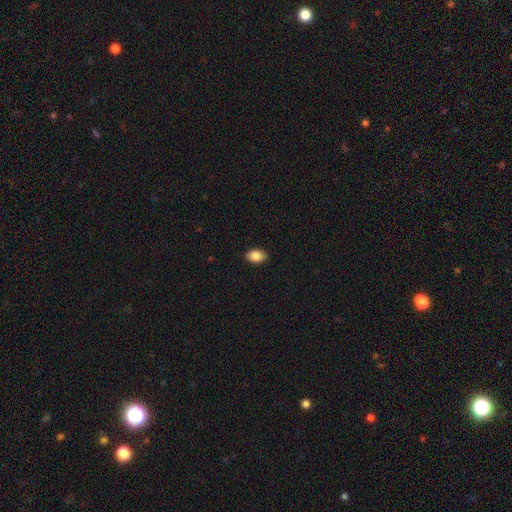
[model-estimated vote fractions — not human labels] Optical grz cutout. It shows a smooth galaxy with no disk features (86%) that is in between round and cigar-shaped (84%). Merging: none (87%).